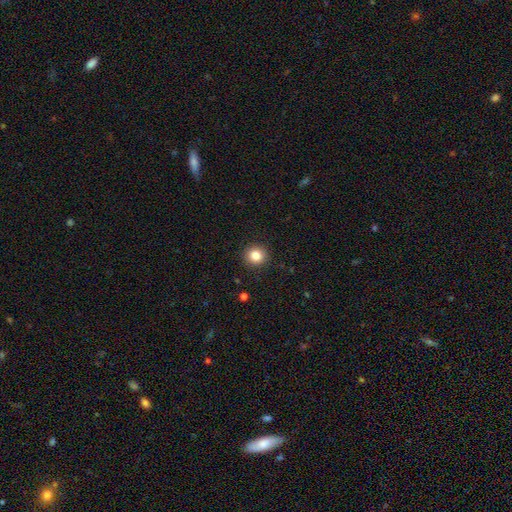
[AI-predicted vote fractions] smooth-or-featured: smooth: 84% | star or artifact: 11% | featured or disk: 5%
  how-rounded: round: 90% | in between: 9% | cigar-shaped: 1%
  merging: none: 92% | minor disturbance: 6% | major disturbance: 2% | merger: 1%